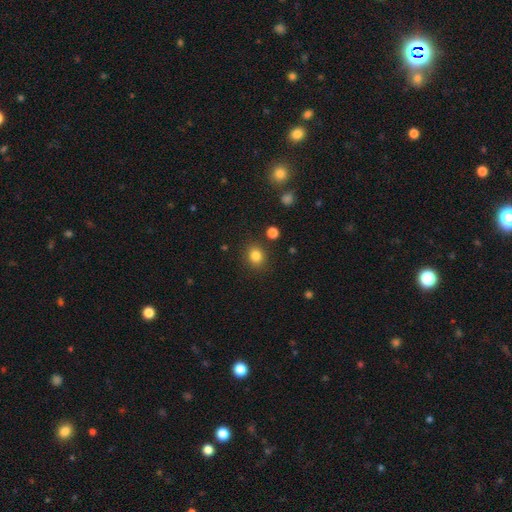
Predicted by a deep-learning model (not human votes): Smooth or featured? Predicted: smooth (p=0.83). How rounded? Predicted: round (p=0.67). Merging? Predicted: none (p=0.86).